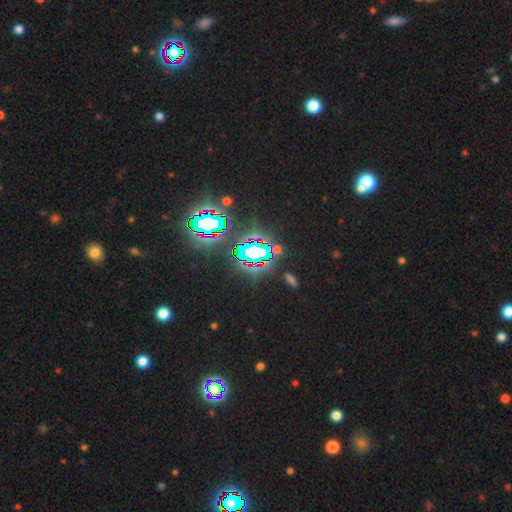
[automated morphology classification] This appears to be a star or artifact, not a galaxy (73%).